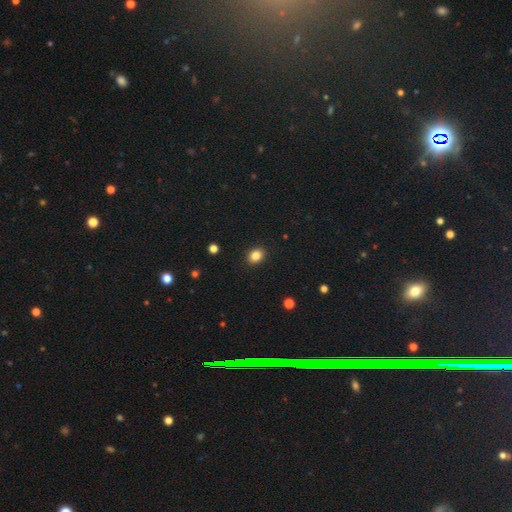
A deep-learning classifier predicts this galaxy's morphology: The model was most divided on "how rounded": round: 50%, in between: 49%, cigar-shaped: 1%. More confident: merging — none (91%); smooth or featured — smooth (85%).